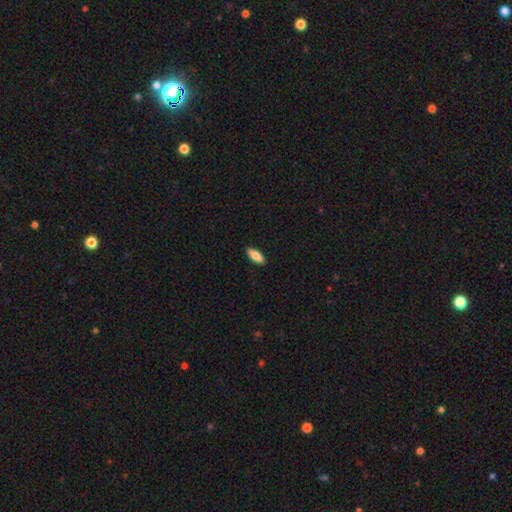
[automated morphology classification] smooth 83%, featured or disk 11%, star or artifact 6%. Down the decision tree: how rounded — in between (77%); merging — none (90%).